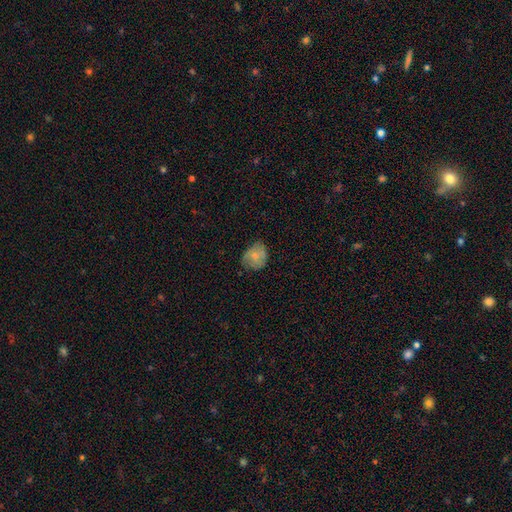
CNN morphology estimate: This appears to be a smooth galaxy with no disk features (71%) that is round (61%). Merging: none (62%).